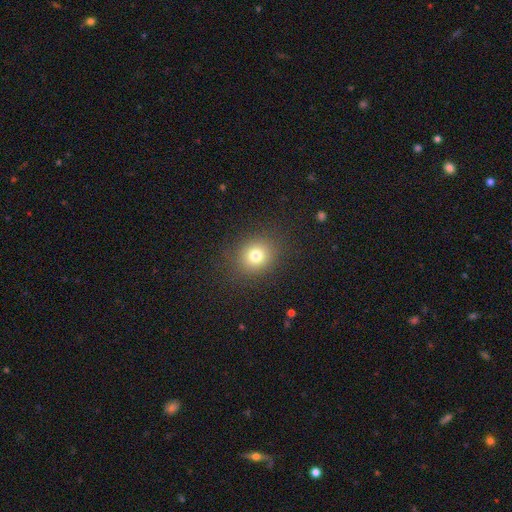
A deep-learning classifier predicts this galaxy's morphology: type=smooth (77%); roundness=round (76%); merging=none (87%).